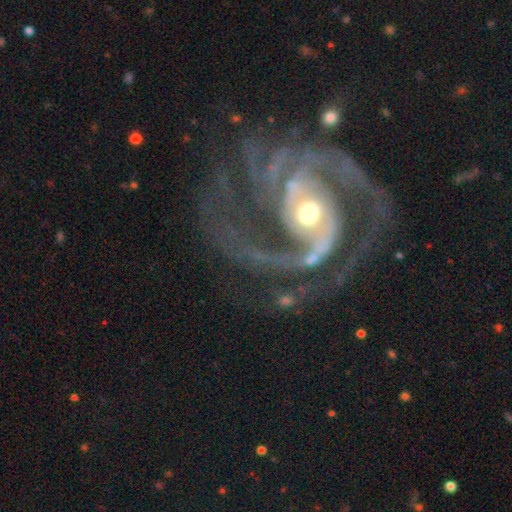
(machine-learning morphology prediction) Smooth or featured? Predicted: featured or disk (p=0.92). Edge-on disk? Predicted: no (p=0.98). Bar? Predicted: no (p=0.43). Spiral arms? Predicted: yes (p=0.98). Spiral winding? Predicted: medium (p=0.52). Spiral arm count? Predicted: 2 (p=0.40). Bulge size? Predicted: moderate (p=0.66). Merging? Predicted: none (p=0.65).